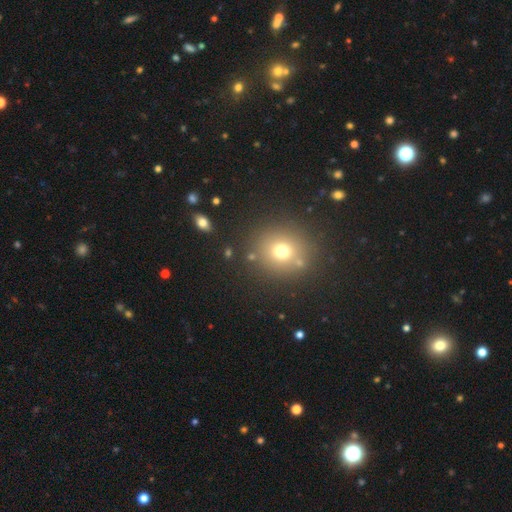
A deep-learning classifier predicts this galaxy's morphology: A smooth galaxy with no disk features (57%) that is round (88%).

Vote fractions:
- Smooth or featured? smooth: 57% / star or artifact: 33% / featured or disk: 10%
- How rounded? round: 88% / in between: 11% / cigar-shaped: 1%
- Merging? none: 85% / minor disturbance: 7% / merger: 4% / major disturbance: 3%